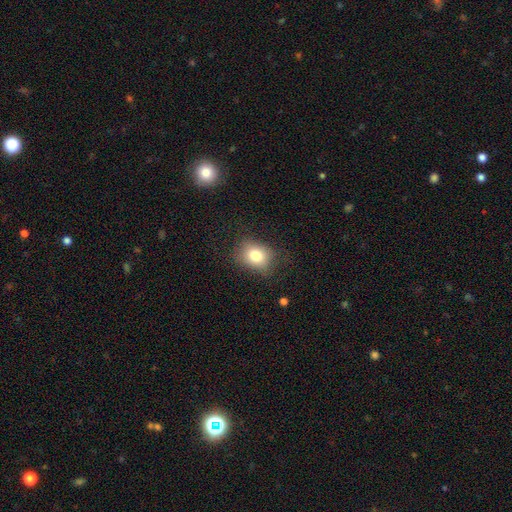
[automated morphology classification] A smooth galaxy with no disk features (78%) that is in between round and cigar-shaped (52%). Merging: none (73%).